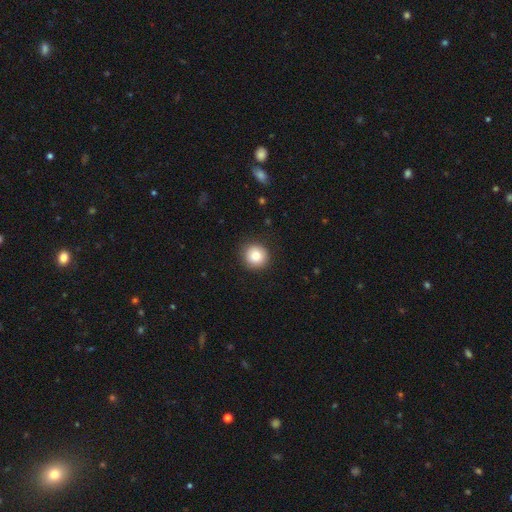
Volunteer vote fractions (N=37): Smooth or featured? 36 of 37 (97%) said smooth. How rounded? 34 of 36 (94%) said round. Merging? 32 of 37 (86%) said none.